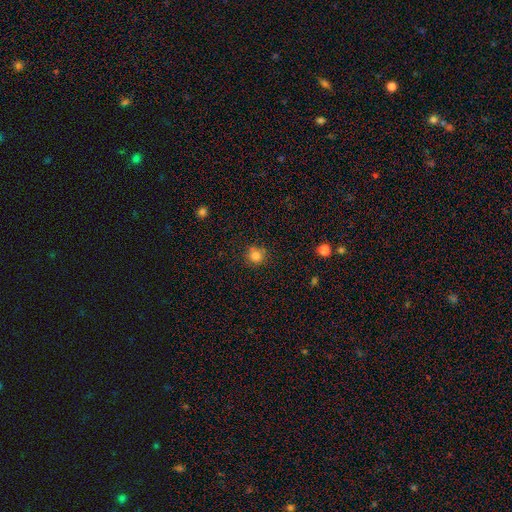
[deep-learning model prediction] Smooth or featured?
  - smooth: 82% *
  - star or artifact: 12%
  - featured or disk: 6%
How rounded?
  - round: 92% *
  - in between: 7%
  - cigar-shaped: 1%
Merging?
  - none: 84% *
  - minor disturbance: 10%
  - merger: 3%
  - major disturbance: 3%